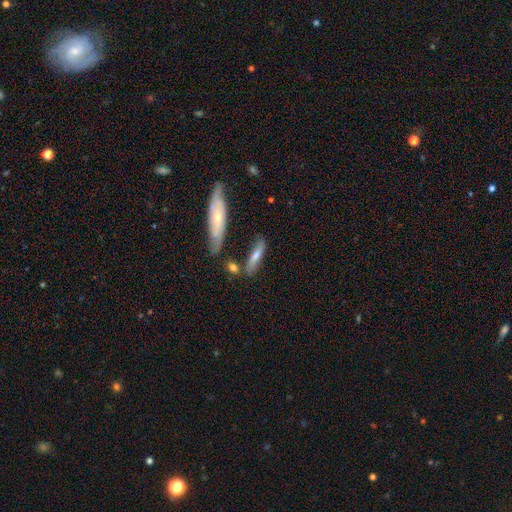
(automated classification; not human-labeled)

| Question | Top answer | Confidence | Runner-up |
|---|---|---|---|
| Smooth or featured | smooth | 55% | featured or disk (38%) |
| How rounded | cigar-shaped | 72% | in between (25%) |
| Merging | none | 68% | minor disturbance (18%) |